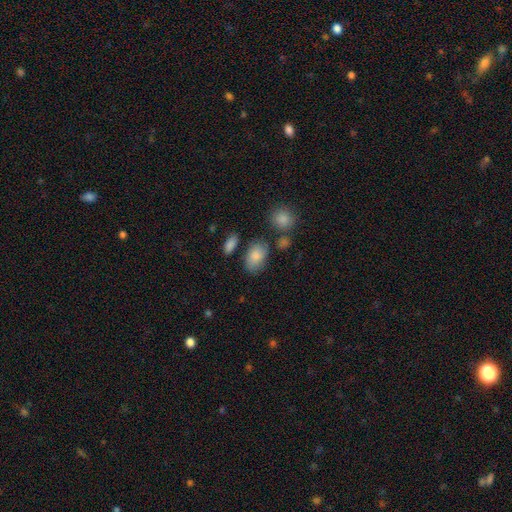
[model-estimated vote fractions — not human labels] The model was most divided on "merging": none: 69%, minor disturbance: 18%, merger: 8%, major disturbance: 6%. More confident: how rounded — in between (89%); smooth or featured — smooth (84%).